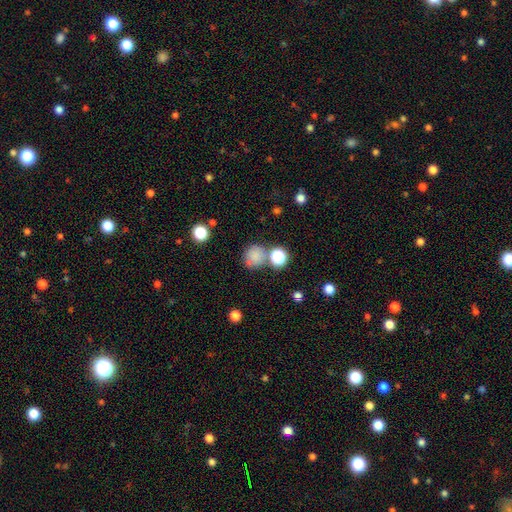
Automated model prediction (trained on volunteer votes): Smooth or featured: smooth — 78% (star or artifact — 15%)
How rounded: round — 84% (in between — 15%)
Merging: none — 64% (merger — 16%)